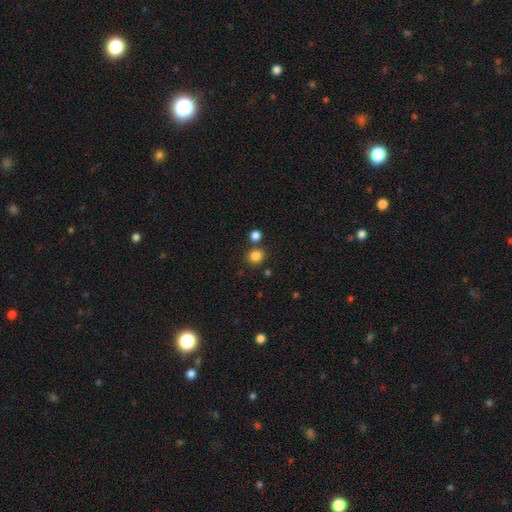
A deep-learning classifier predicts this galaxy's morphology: A smooth galaxy with no disk features (83%) that is round (84%).

Vote fractions:
- Smooth or featured? smooth: 83% / star or artifact: 13% / featured or disk: 4%
- How rounded? round: 84% / in between: 15% / cigar-shaped: 1%
- Merging? none: 78% / merger: 12% / minor disturbance: 8% / major disturbance: 3%